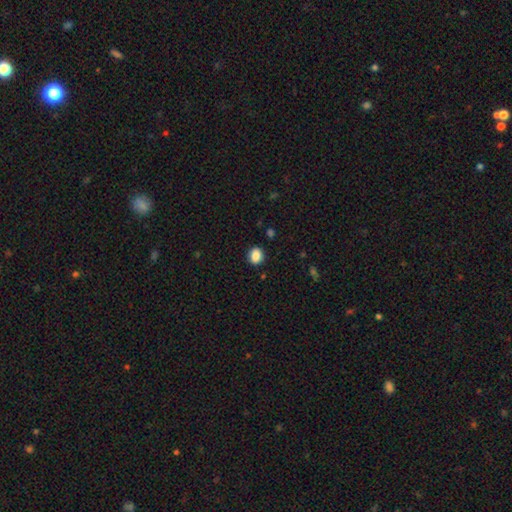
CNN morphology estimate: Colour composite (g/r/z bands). It shows a smooth galaxy with no disk features (87%) that is round (56%). Merging: none (88%).